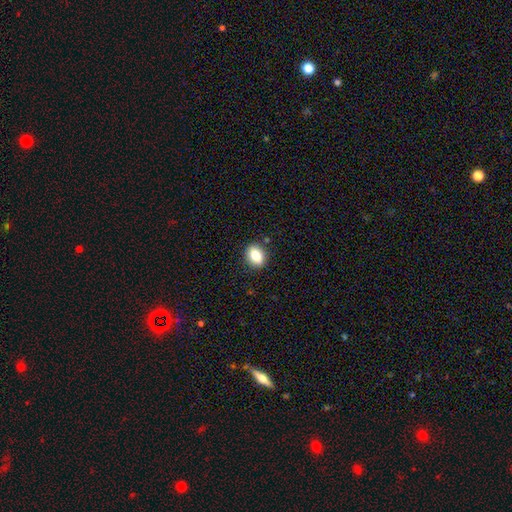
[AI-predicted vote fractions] smooth 82%, star or artifact 9%, featured or disk 9%. Down the decision tree: how rounded — in between (69%); merging — none (88%).